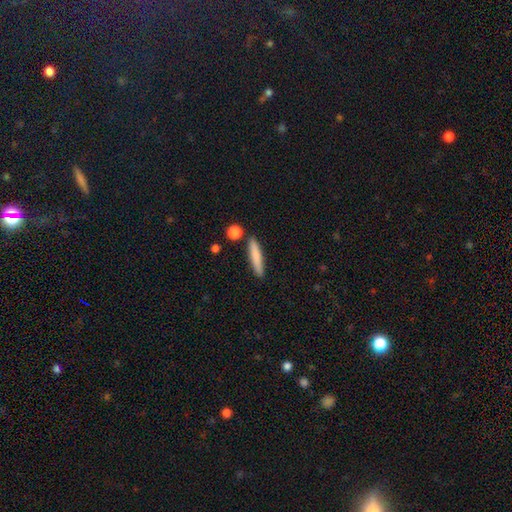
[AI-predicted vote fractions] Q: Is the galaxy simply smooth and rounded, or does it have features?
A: smooth — 79%.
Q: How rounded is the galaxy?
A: cigar-shaped — 89%.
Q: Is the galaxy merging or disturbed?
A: none — 85%.